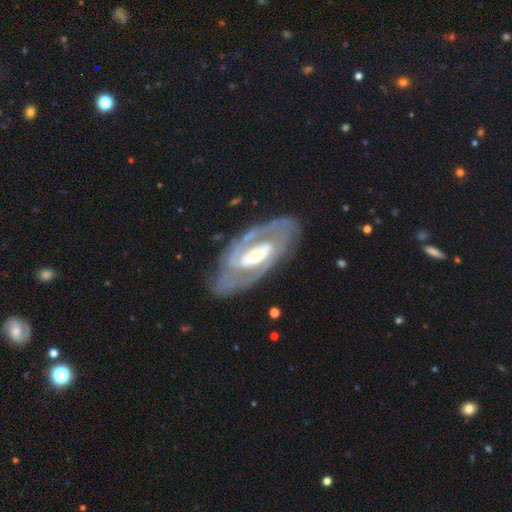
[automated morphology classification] The model was most divided on "bar": no: 35%, strong: 34%, weak: 31%. Remaining: edge-on disk — no (93%); smooth or featured — featured or disk (86%); spiral arms — yes (82%); spiral arm count — 2 (75%); merging — none (75%); bulge size — moderate (53%); spiral winding — tight (50%).